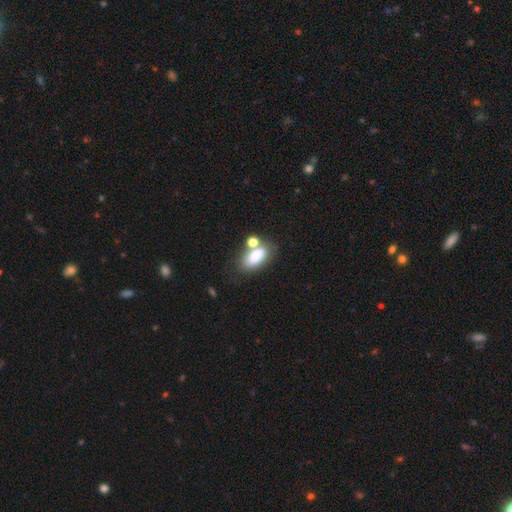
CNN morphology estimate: smooth_or_featured: smooth (p=0.77) [alt: featured or disk p=0.13]
how_rounded: in between (p=0.88) [alt: round p=0.08]
merging: none (p=0.49) [alt: merger p=0.29]